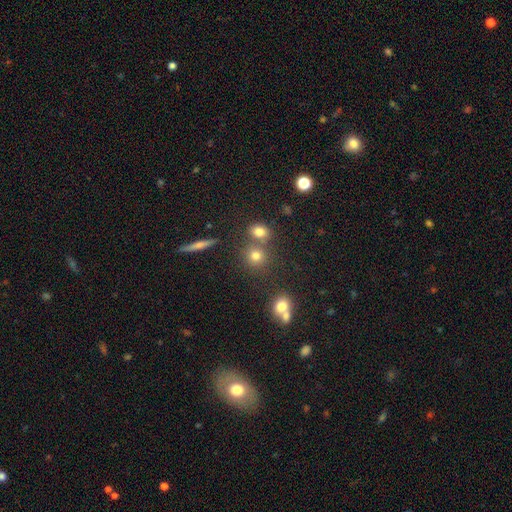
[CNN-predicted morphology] smooth_or_featured: smooth (p=0.75) [alt: star or artifact p=0.15]
how_rounded: round (p=0.82) [alt: in between p=0.16]
merging: none (p=0.65) [alt: merger p=0.22]